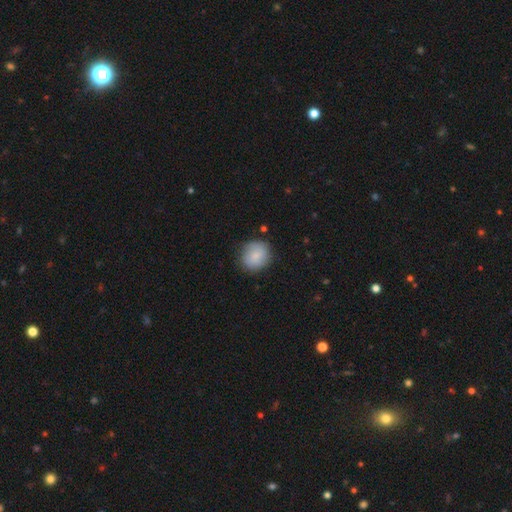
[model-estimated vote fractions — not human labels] A smooth galaxy with no disk features (81%) that is round (83%). Merging: none (81%).